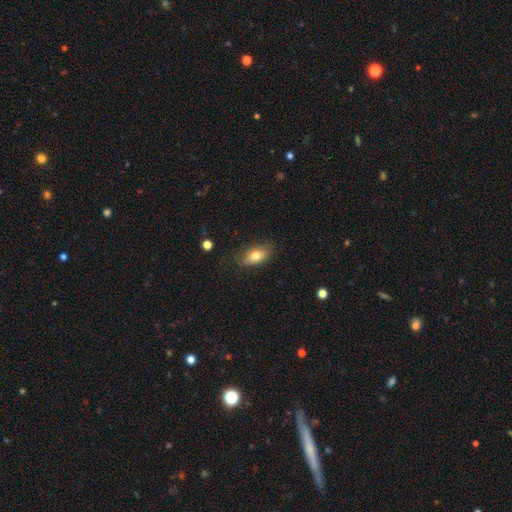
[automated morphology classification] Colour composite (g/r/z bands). It shows a smooth galaxy with no disk features (77%) that is in between round and cigar-shaped (86%). Merging: none (76%).